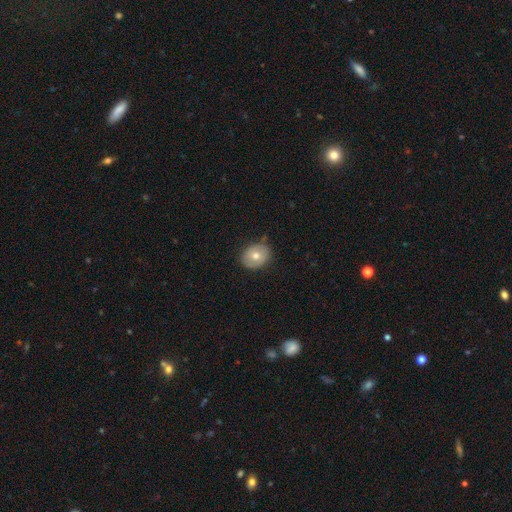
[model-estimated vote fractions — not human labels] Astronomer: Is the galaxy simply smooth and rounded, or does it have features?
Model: smooth — 67%.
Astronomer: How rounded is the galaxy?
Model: round — 60% (runner-up: in between, 39%).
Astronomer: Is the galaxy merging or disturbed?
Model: none — 82%.